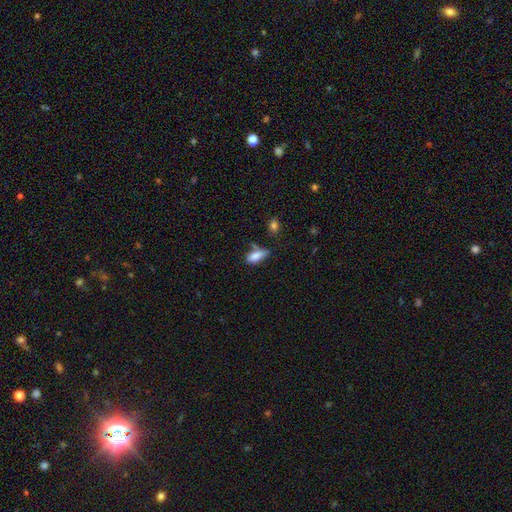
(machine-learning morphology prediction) Smooth or featured: smooth — 82% (featured or disk — 9%)
How rounded: in between — 75% (cigar-shaped — 22%)
Merging: none — 50% (minor disturbance — 28%)